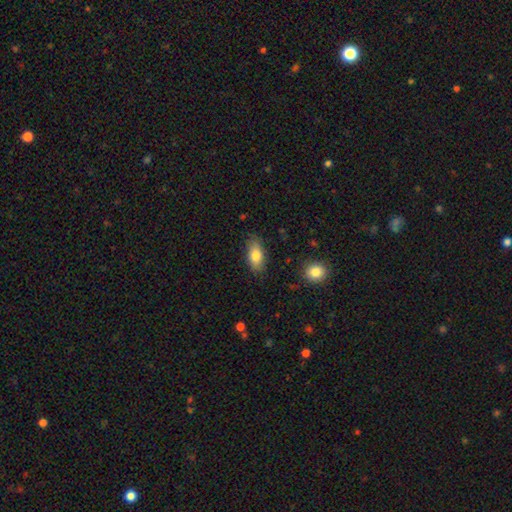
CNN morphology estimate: smooth-or-featured: smooth: 80% | featured or disk: 12% | star or artifact: 7%
  how-rounded: in between: 87% | cigar-shaped: 8% | round: 4%
  merging: none: 81% | minor disturbance: 15% | major disturbance: 3% | merger: 1%